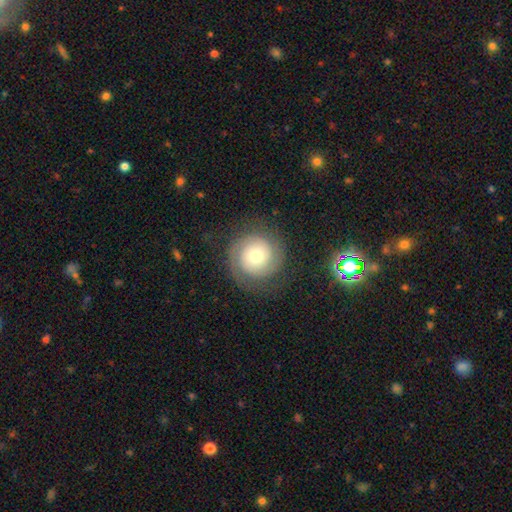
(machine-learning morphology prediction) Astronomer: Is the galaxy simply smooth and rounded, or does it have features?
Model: featured or disk — 68%.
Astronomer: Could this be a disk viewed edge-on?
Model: no — 98%.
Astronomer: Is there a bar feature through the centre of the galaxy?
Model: no — 78%.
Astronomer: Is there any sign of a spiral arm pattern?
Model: yes — 91%.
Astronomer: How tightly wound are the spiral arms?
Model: tight — 70%.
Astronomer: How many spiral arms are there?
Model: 2 — 72%.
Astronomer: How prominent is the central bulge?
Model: moderate — 56% (runner-up: small, 36%).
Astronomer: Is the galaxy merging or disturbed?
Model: none — 81%.